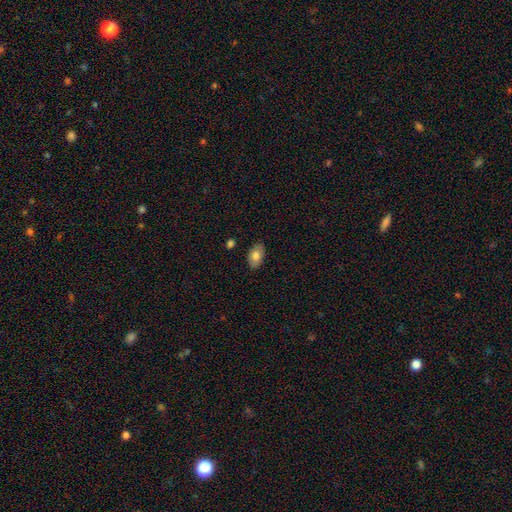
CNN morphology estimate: A smooth galaxy with no disk features (77%) that is in between round and cigar-shaped (92%).

Vote fractions:
- Smooth or featured? smooth: 77% / featured or disk: 16% / star or artifact: 7%
- How rounded? in between: 92% / round: 6% / cigar-shaped: 1%
- Merging? none: 85% / minor disturbance: 11% / major disturbance: 2% / merger: 1%